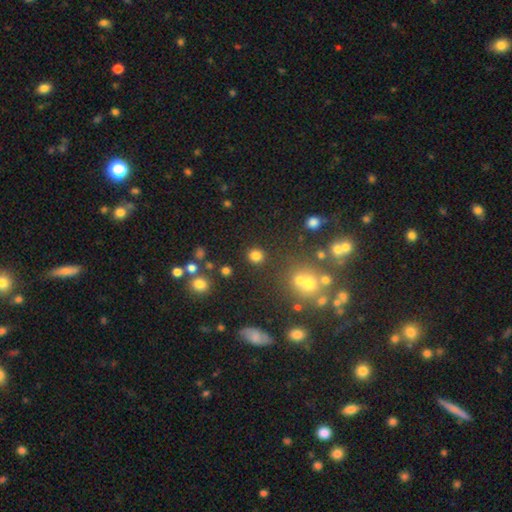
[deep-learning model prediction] Smooth or featured? smooth (79%)
How rounded? round (87%)
Merging? none (86%)